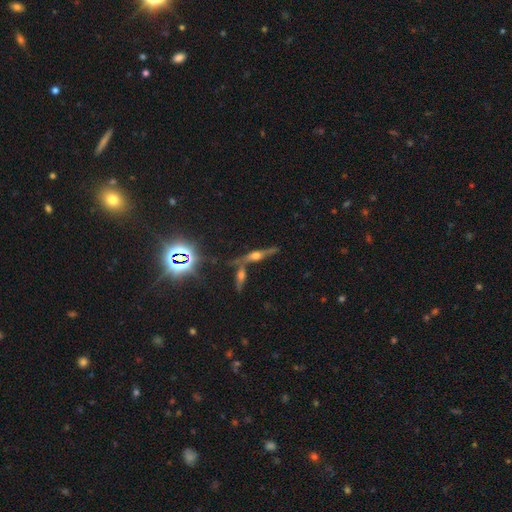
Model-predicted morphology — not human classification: smooth_or_featured: featured or disk (p=0.67) [alt: star or artifact p=0.17]
disk_edge_on: yes (p=0.93) [alt: no p=0.07]
edge_on_bulge: rounded (p=0.92) [alt: boxy p=0.05]
merging: none (p=0.63) [alt: merger p=0.23]